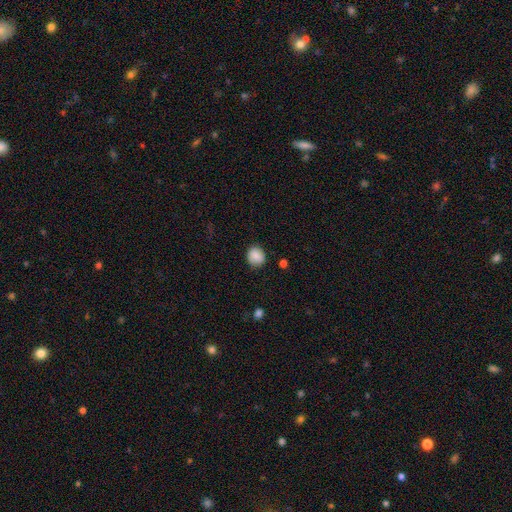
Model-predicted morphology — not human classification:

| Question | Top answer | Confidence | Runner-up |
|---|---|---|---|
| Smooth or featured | smooth | 84% | star or artifact (8%) |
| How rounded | round | 74% | in between (25%) |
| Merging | none | 81% | minor disturbance (14%) |